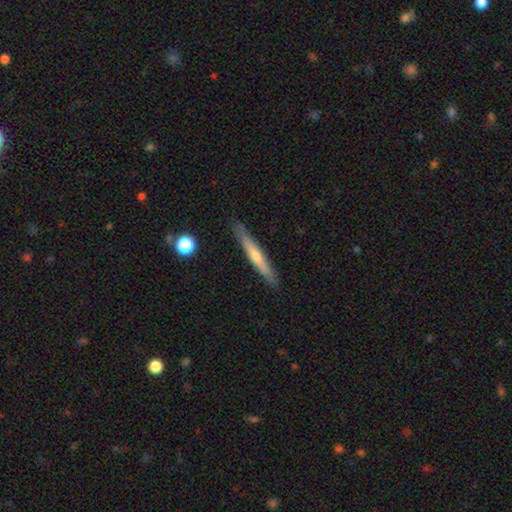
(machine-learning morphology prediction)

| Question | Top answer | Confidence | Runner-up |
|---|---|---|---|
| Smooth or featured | featured or disk | 57% | smooth (37%) |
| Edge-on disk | yes | 95% | no (5%) |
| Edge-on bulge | rounded | 67% | none (30%) |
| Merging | none | 90% | minor disturbance (7%) |